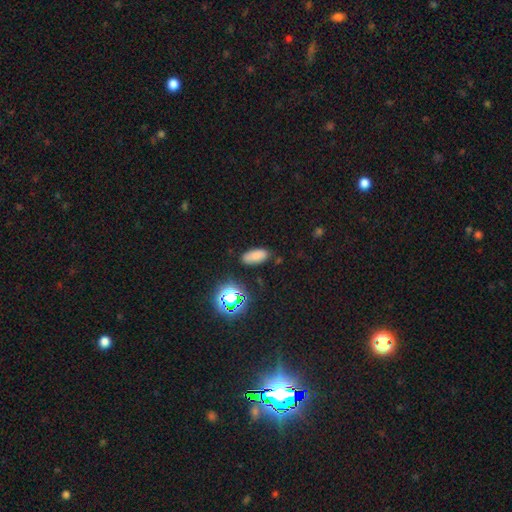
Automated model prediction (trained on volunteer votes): This appears to be a smooth galaxy with no disk features (76%) that is in between round and cigar-shaped (87%). Merging: none (82%).